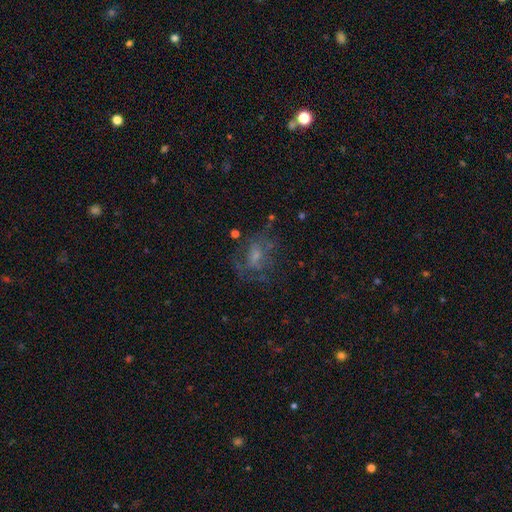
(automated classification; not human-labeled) The model was most divided on "smooth or featured": featured or disk: 50%, smooth: 34%, star or artifact: 16%. Remaining: merging — none (47%).